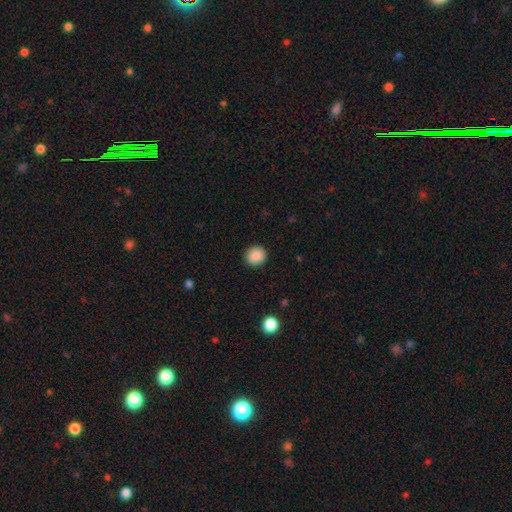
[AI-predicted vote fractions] Morphology: type=smooth (89%); roundness=round (91%); merging=none (92%).